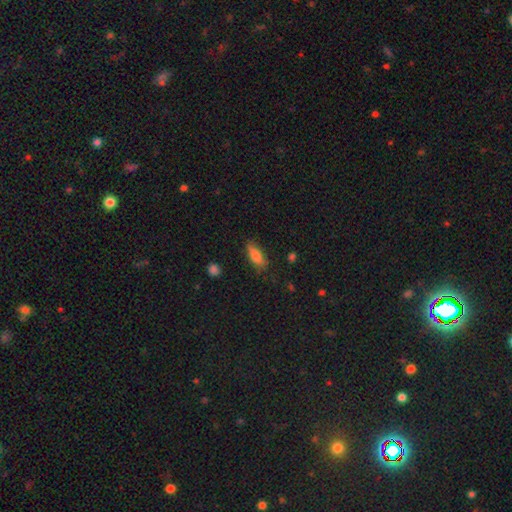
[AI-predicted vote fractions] The model was most divided on "how rounded": in between: 70%, cigar-shaped: 27%, round: 3%. More confident: smooth or featured — smooth (79%); merging — none (76%).